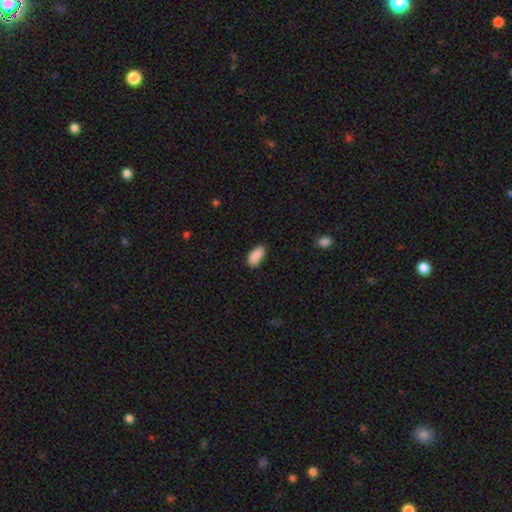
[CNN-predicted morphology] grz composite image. It shows a smooth galaxy with no disk features (89%) that is in between round and cigar-shaped (91%). Merging: none (77%).